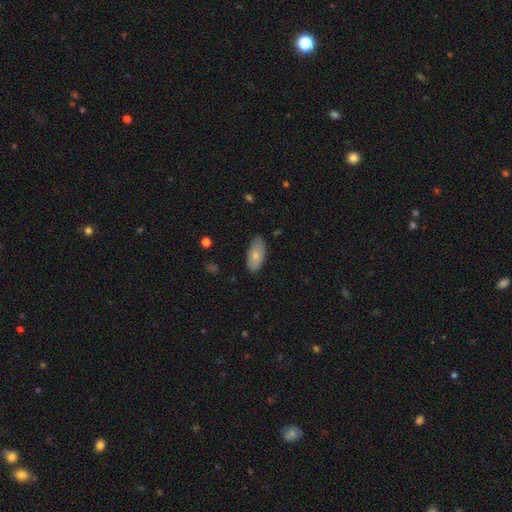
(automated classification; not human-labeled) Smooth or featured? smooth (76%)
How rounded? in between (91%)
Merging? none (75%)